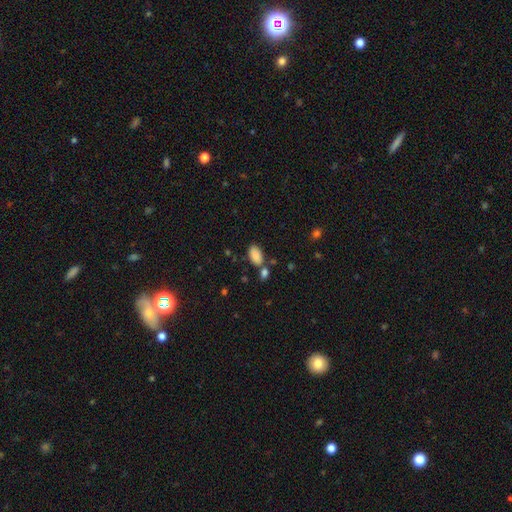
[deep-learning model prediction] Q: Smooth or featured?
A: smooth (87%); runner-up: star or artifact (8%)
Q: How rounded?
A: in between (94%); runner-up: round (4%)
Q: Merging?
A: none (66%); runner-up: merger (17%)